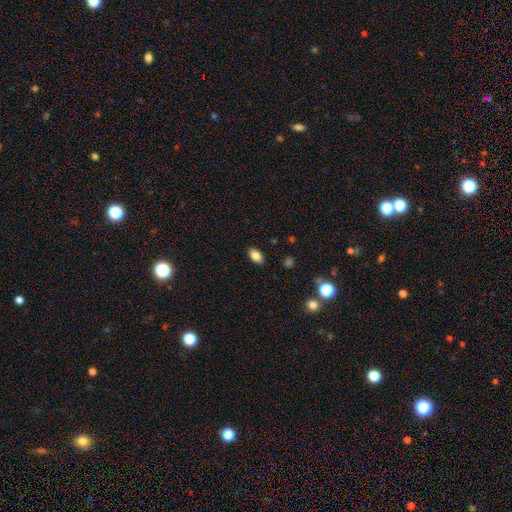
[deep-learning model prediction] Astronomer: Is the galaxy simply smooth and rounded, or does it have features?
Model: smooth — 83%.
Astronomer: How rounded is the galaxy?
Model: in between — 91%.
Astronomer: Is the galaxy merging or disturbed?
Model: none — 88%.